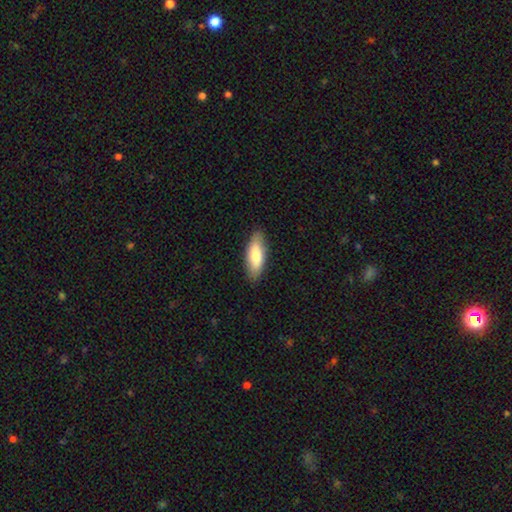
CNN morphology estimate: This is likely a smooth galaxy (78%). How rounded: likely in between (69%). Merging: clearly none (85%).